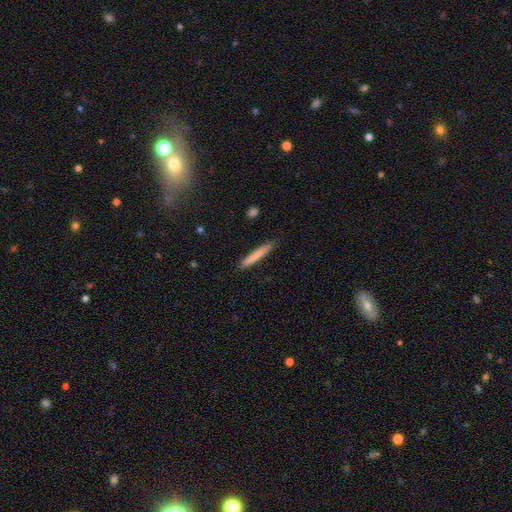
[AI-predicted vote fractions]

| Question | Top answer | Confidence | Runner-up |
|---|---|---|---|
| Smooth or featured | smooth | 80% | featured or disk (15%) |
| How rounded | cigar-shaped | 95% | in between (4%) |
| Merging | none | 88% | minor disturbance (9%) |